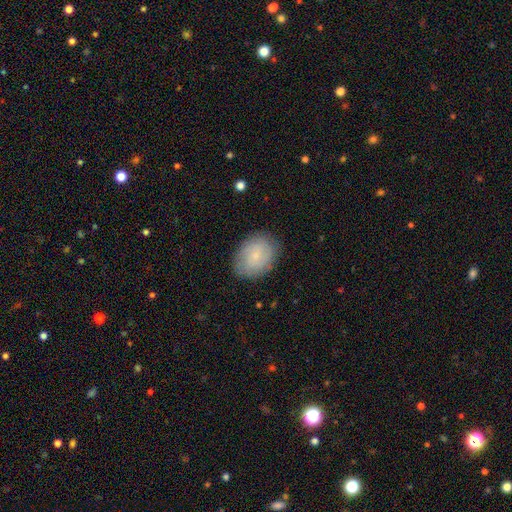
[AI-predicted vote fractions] A smooth galaxy with no disk features (63%) that is in between round and cigar-shaped (70%).

Vote fractions:
- Smooth or featured? smooth: 63% / featured or disk: 29% / star or artifact: 8%
- How rounded? in between: 70% / round: 29% / cigar-shaped: 1%
- Merging? none: 82% / minor disturbance: 13% / major disturbance: 4% / merger: 1%